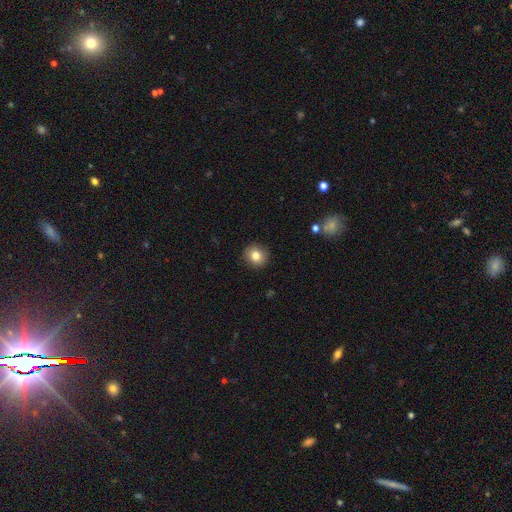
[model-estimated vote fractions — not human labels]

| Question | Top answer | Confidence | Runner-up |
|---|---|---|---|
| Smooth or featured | smooth | 82% | star or artifact (10%) |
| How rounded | round | 86% | in between (13%) |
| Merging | none | 90% | minor disturbance (7%) |